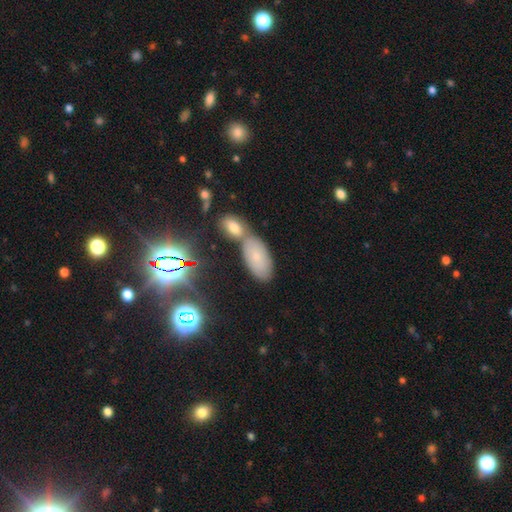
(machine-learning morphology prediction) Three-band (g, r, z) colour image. It shows a smooth galaxy with no disk features (55%) that is in between round and cigar-shaped (91%). Merging: none (61%).